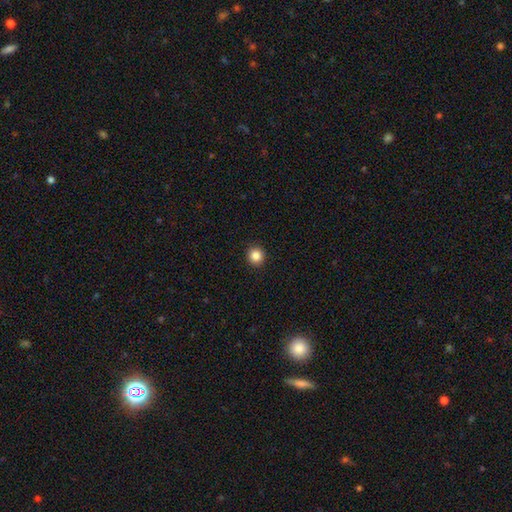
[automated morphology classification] Smooth or featured?
  - smooth: 85% *
  - star or artifact: 11%
  - featured or disk: 4%
How rounded?
  - round: 93% *
  - in between: 6%
  - cigar-shaped: 1%
Merging?
  - none: 93% *
  - minor disturbance: 5%
  - major disturbance: 2%
  - merger: 1%